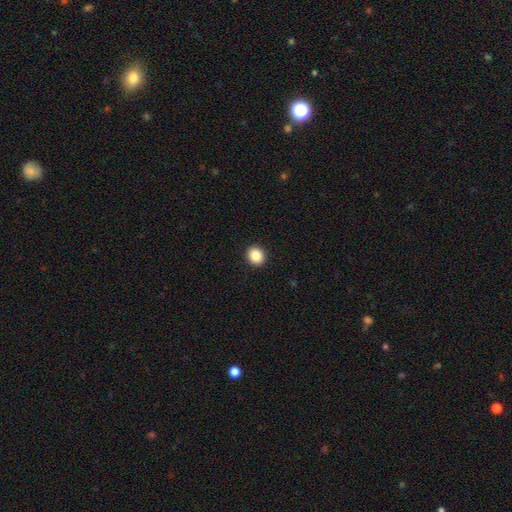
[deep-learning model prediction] Smooth or featured? smooth (87%)
How rounded? round (76%)
Merging? none (93%)